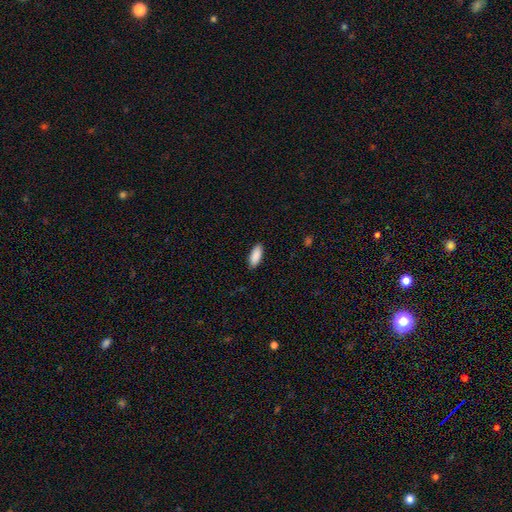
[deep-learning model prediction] Overall: smooth (90%). How rounded: in between (81%). Merging: none (88%).